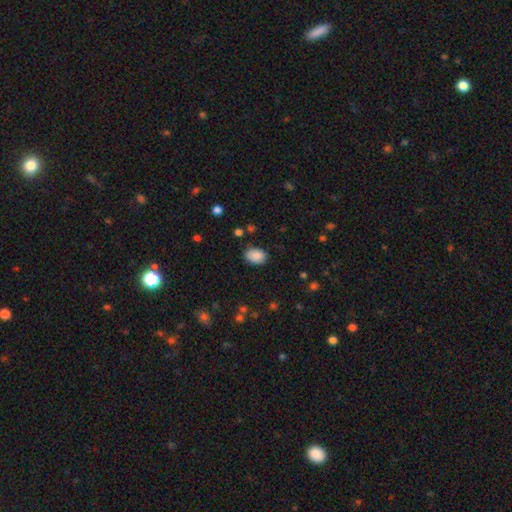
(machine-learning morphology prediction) type=smooth (88%); roundness=in between (84%); merging=none (83%).